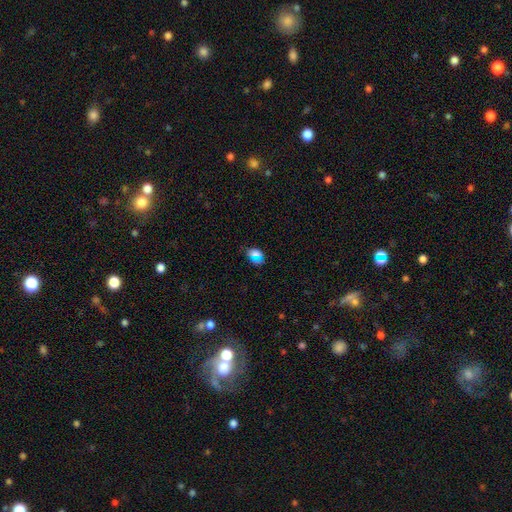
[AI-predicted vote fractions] smooth-or-featured: smooth: 62% | star or artifact: 22% | featured or disk: 16%
  how-rounded: in between: 75% | round: 22% | cigar-shaped: 3%
  merging: none: 56% | minor disturbance: 22% | merger: 11% | major disturbance: 11%